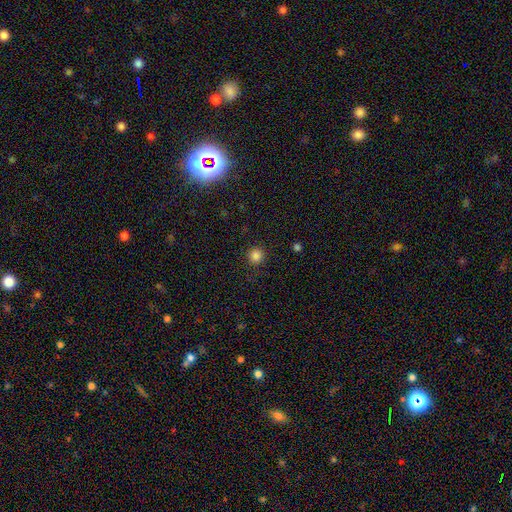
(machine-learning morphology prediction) Smooth or featured? Predicted: smooth (p=0.84). How rounded? Predicted: round (p=0.95). Merging? Predicted: none (p=0.90).